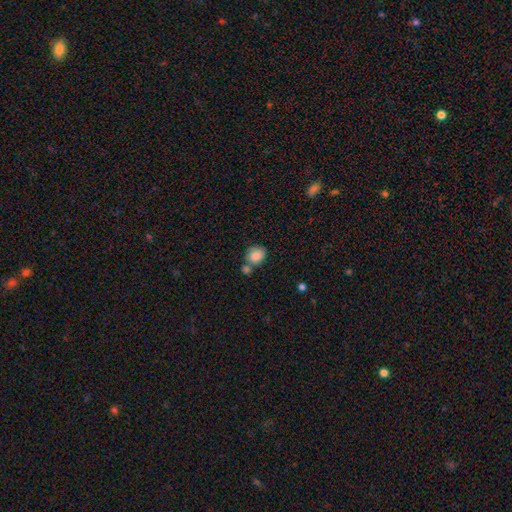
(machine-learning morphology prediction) type=smooth (86%); roundness=round (63%); merging=none (51%).